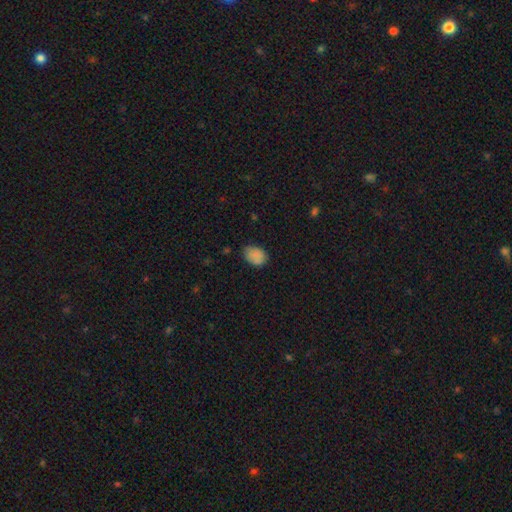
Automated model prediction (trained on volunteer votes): Q: Smooth or featured?
A: smooth (85%); runner-up: star or artifact (9%)
Q: How rounded?
A: in between (67%); runner-up: round (32%)
Q: Merging?
A: none (70%); runner-up: minor disturbance (24%)